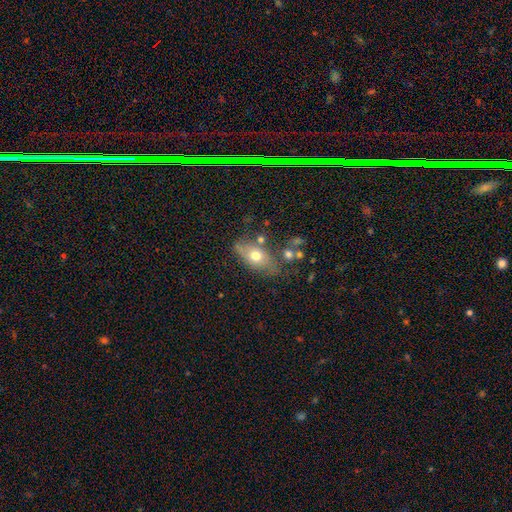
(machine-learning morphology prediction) smooth-or-featured: smooth: 63% | featured or disk: 28% | star or artifact: 8%
  how-rounded: in between: 82% | round: 10% | cigar-shaped: 8%
  merging: none: 62% | minor disturbance: 21% | merger: 10% | major disturbance: 7%